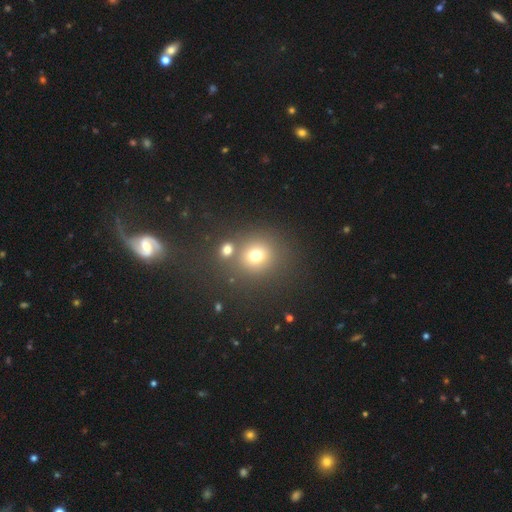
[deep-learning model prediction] This appears to be a smooth galaxy with no disk features (71%) that is round (84%). Merging: none (66%).